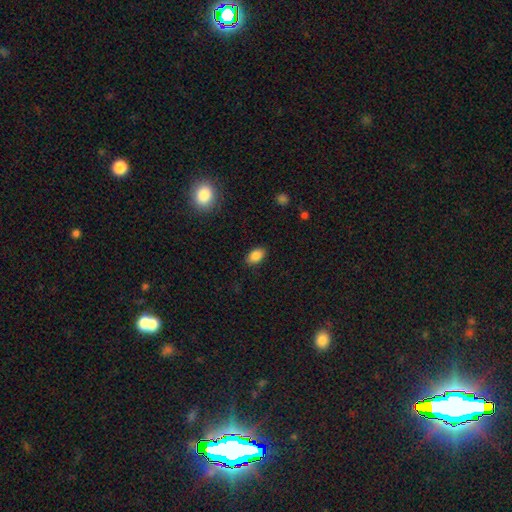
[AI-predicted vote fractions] Morphology: type=smooth (86%); roundness=in between (88%); merging=none (87%).